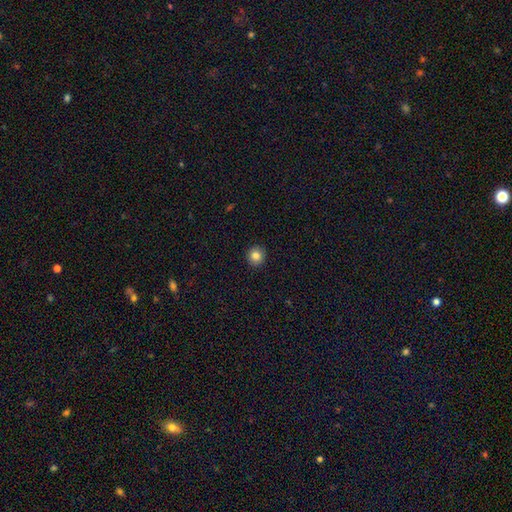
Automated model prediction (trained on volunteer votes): A smooth galaxy with no disk features (83%) that is round (92%). Merging: none (93%).